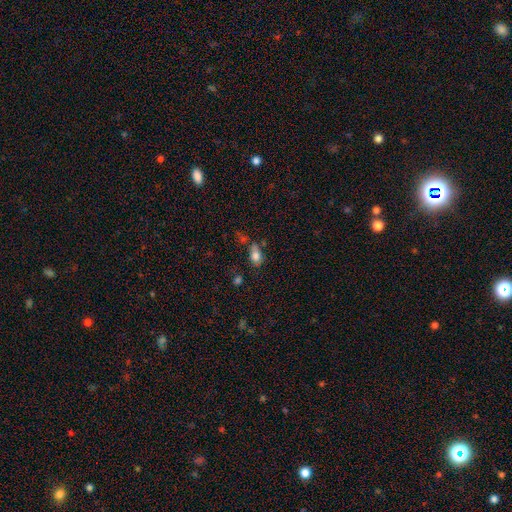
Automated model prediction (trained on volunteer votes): Morphology: type=smooth (78%); roundness=in between (79%); merging=none (44%).